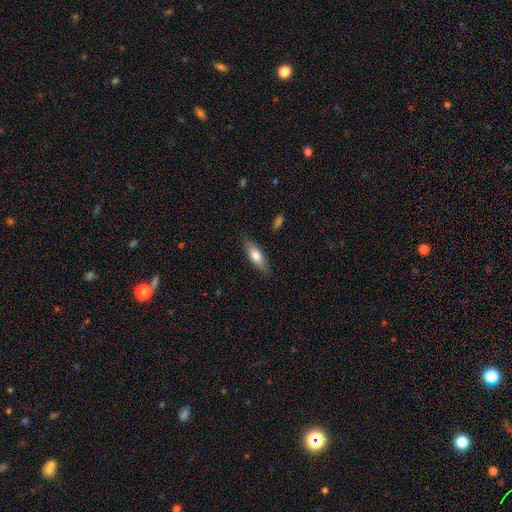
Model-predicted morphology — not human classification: A smooth galaxy with no disk features (71%) that is in between round and cigar-shaped (60%). Merging: none (83%).